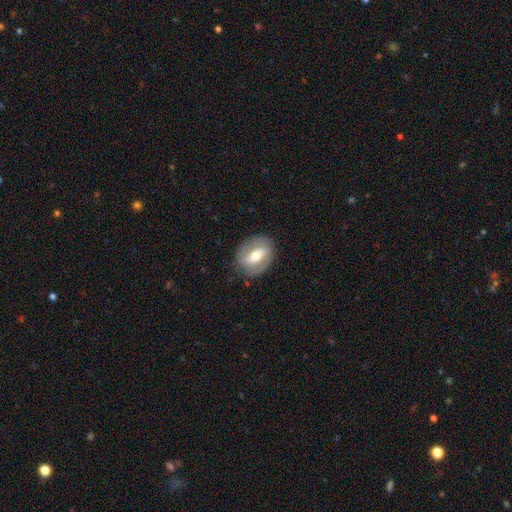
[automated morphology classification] The model was most divided on "bar" (2-way tie): strong: 39%, weak: 39%, no: 22%. More confident: edge-on disk — no (94%); merging — none (81%); bulge size — moderate (68%); spiral arms — yes (62%); smooth or featured — featured or disk (61%).